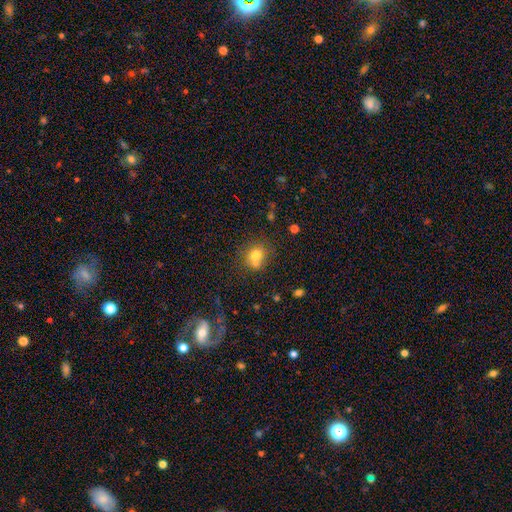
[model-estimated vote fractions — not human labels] Morphology: type=smooth (73%); roundness=round (73%); merging=none (52%).